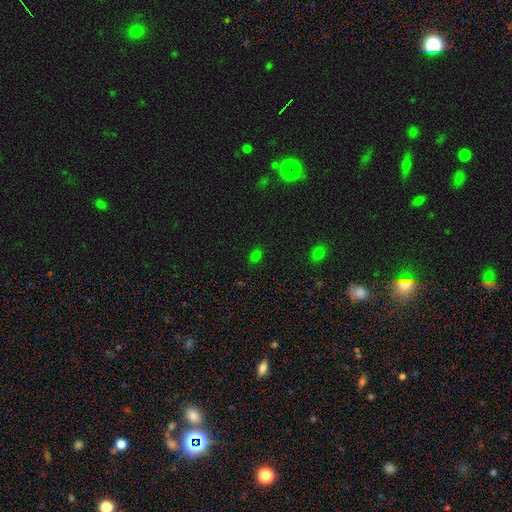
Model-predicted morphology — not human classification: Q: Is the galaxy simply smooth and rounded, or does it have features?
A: smooth — 71%.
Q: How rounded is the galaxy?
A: in between — 63%.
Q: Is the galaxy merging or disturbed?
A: none — 85%.